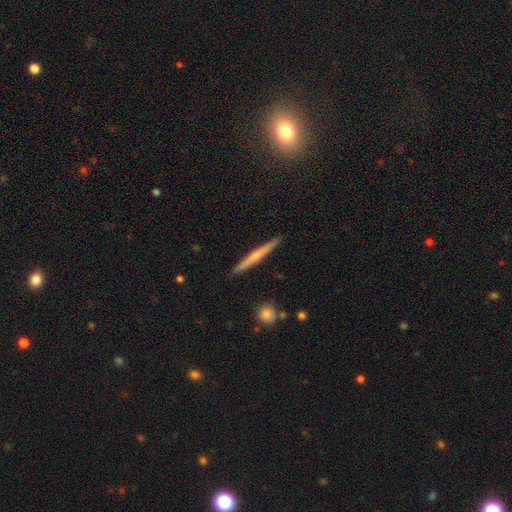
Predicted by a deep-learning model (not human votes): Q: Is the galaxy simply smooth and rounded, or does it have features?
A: smooth — 49%.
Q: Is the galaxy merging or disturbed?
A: none — 91%.